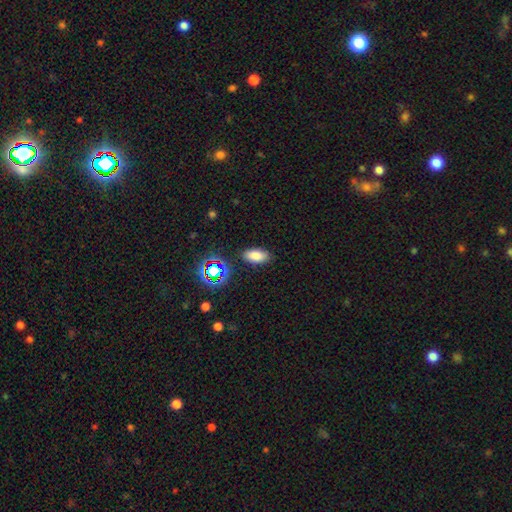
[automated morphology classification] Smooth or featured?
  - smooth: 76% *
  - star or artifact: 16%
  - featured or disk: 8%
How rounded?
  - in between: 90% *
  - round: 5%
  - cigar-shaped: 5%
Merging?
  - none: 86% *
  - minor disturbance: 10%
  - major disturbance: 3%
  - merger: 2%